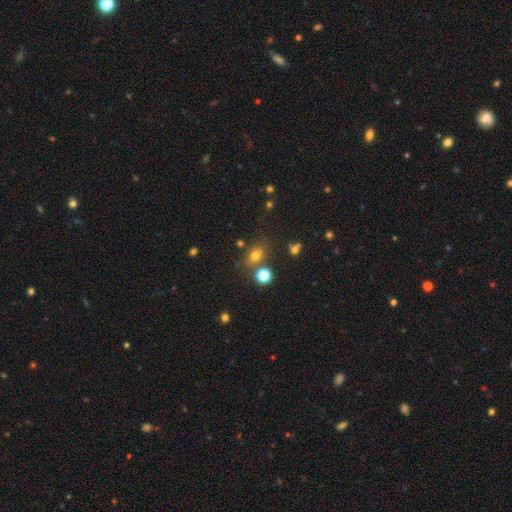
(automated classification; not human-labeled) A smooth galaxy with no disk features (70%) that is in between round and cigar-shaped (49%, tied with round). Merging: none (71%).